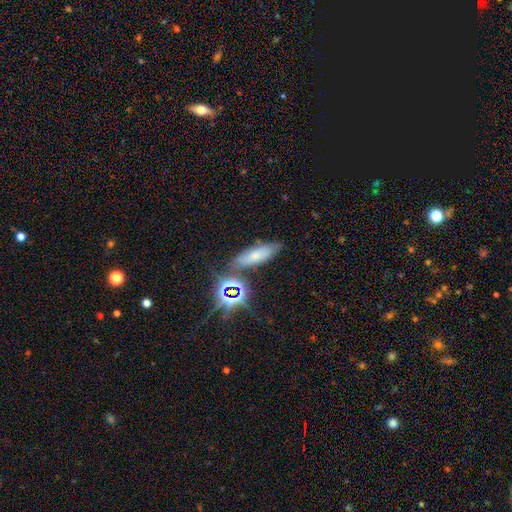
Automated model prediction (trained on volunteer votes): A smooth galaxy with no disk features (56%) that is in between round and cigar-shaped (57%). Merging: none (72%).